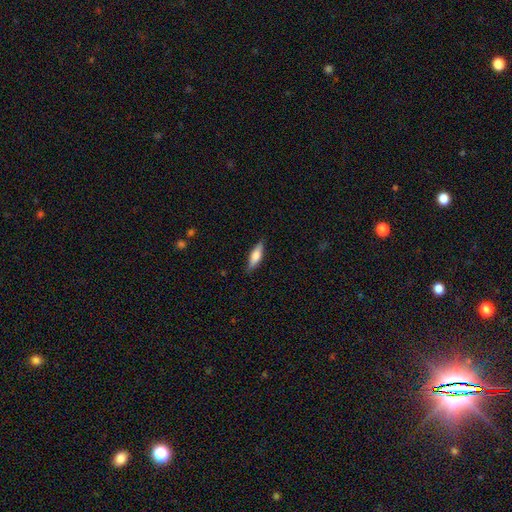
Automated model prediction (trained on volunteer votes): smooth-or-featured: smooth: 62% | featured or disk: 32% | star or artifact: 6%
  how-rounded: cigar-shaped: 50% | in between: 48% | round: 2%
  merging: none: 85% | minor disturbance: 11% | major disturbance: 2% | merger: 1%